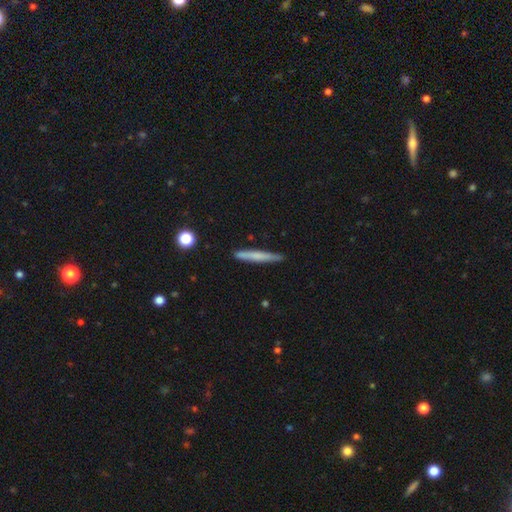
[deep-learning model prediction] A smooth galaxy with no disk features (63%) that is cigar-shaped (96%). Merging: none (86%).